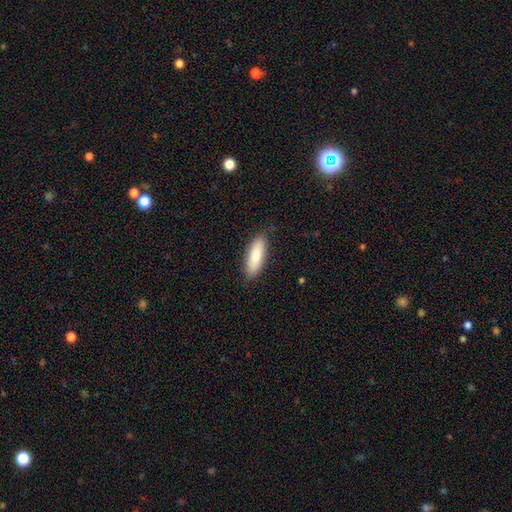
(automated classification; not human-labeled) smooth 81%, featured or disk 14%, star or artifact 6%. Down the decision tree: how rounded — in between (63%); merging — none (84%).